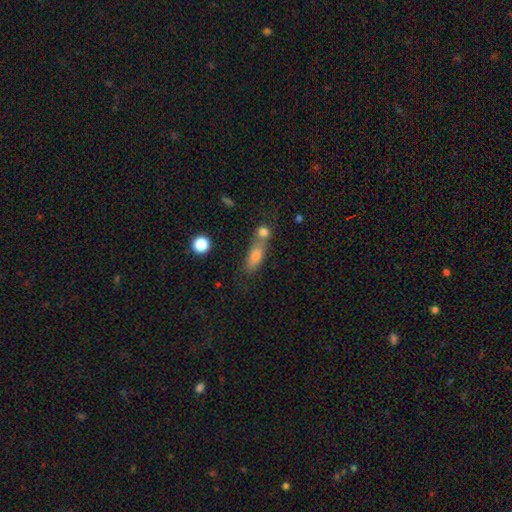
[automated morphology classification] The model was most divided on "merging": merger: 44%, none: 39%, minor disturbance: 11%, major disturbance: 6%. More confident: smooth or featured — smooth (74%); how rounded — in between (63%).